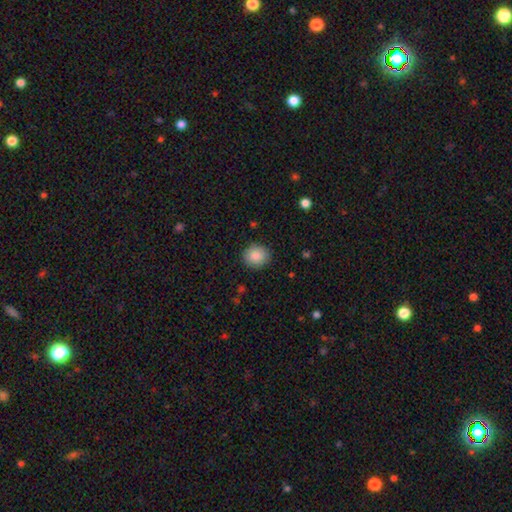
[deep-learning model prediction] Smooth or featured: smooth — 88% (star or artifact — 8%)
How rounded: round — 81% (in between — 18%)
Merging: none — 89% (minor disturbance — 8%)